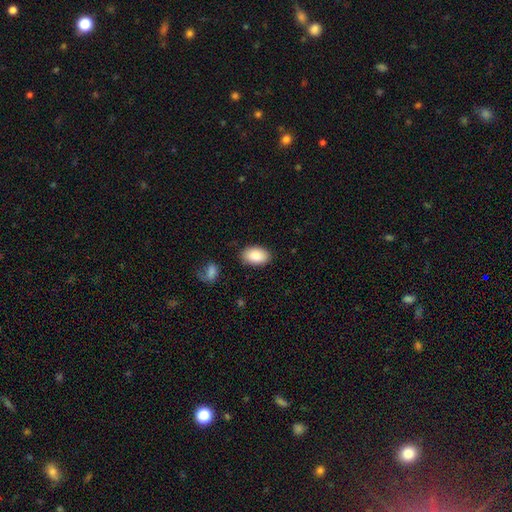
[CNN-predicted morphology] The model was most divided on "merging": none: 86%, minor disturbance: 10%, major disturbance: 2%, merger: 2%. More confident: how rounded — in between (93%); smooth or featured — smooth (88%).